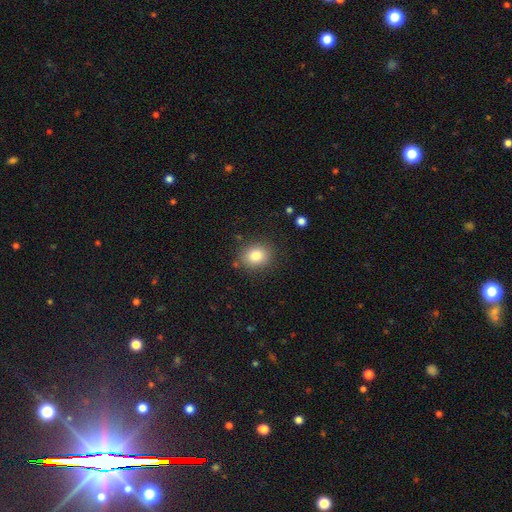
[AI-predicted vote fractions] smooth_or_featured: smooth (p=0.82) [alt: star or artifact p=0.10]
how_rounded: round (p=0.60) [alt: in between p=0.39]
merging: none (p=0.84) [alt: minor disturbance p=0.10]